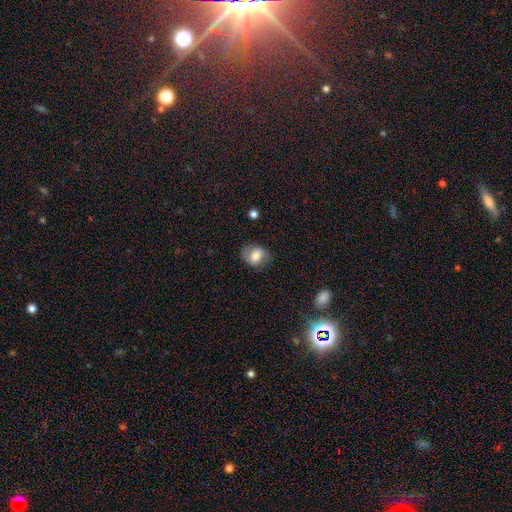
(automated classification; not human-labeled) Q: Smooth or featured?
A: smooth (71%); runner-up: featured or disk (20%)
Q: How rounded?
A: in between (54%); runner-up: round (45%)
Q: Merging?
A: none (68%); runner-up: minor disturbance (22%)